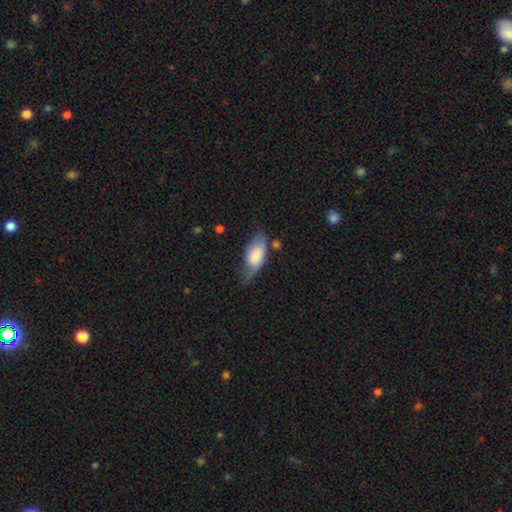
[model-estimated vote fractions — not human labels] smooth_or_featured: smooth (p=0.73) [alt: featured or disk p=0.21]
how_rounded: in between (p=0.85) [alt: cigar-shaped p=0.13]
merging: none (p=0.45) [alt: minor disturbance p=0.37]